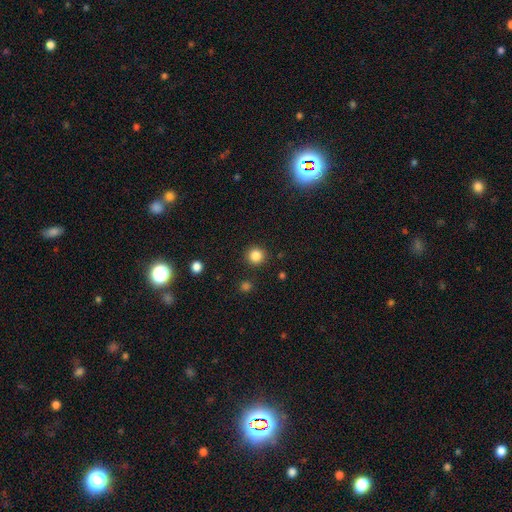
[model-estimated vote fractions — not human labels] smooth 84%, star or artifact 12%, featured or disk 4%. Down the decision tree: how rounded — round (94%); merging — none (91%).